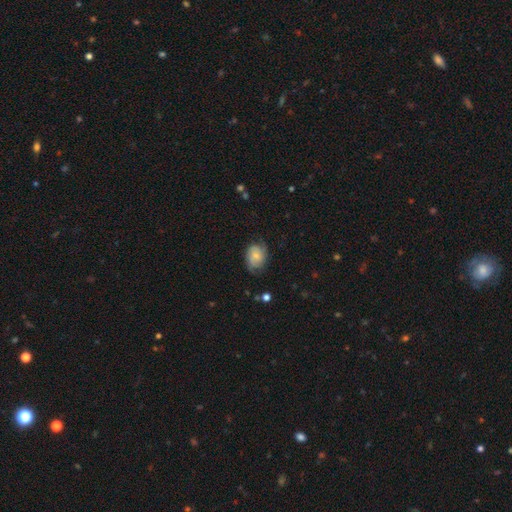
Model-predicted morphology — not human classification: A smooth galaxy with no disk features (51%) that is in between round and cigar-shaped (62%). Merging: none (62%).